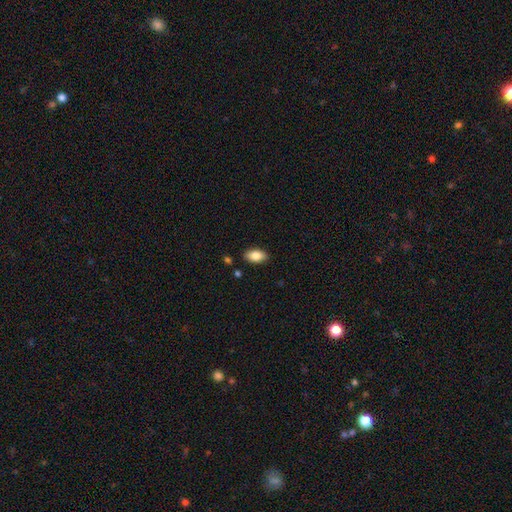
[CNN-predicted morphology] This is clearly a smooth galaxy (84%). How rounded: clearly in between (93%). Merging: clearly none (88%).